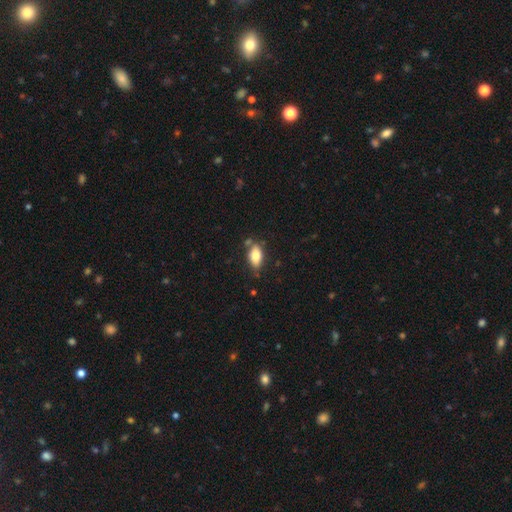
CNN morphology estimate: The model was most divided on "merging": none: 68%, minor disturbance: 20%, merger: 7%, major disturbance: 5%. More confident: how rounded — in between (87%); smooth or featured — smooth (77%).